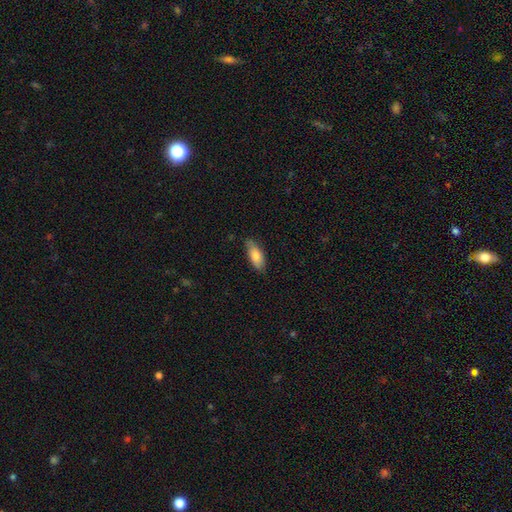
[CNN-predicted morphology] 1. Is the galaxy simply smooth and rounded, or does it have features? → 81% smooth, 13% featured or disk, 6% star or artifact.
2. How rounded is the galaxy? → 76% in between, 22% cigar-shaped, 2% round.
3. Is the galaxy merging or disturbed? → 78% none, 18% minor disturbance, 3% major disturbance, 1% merger.